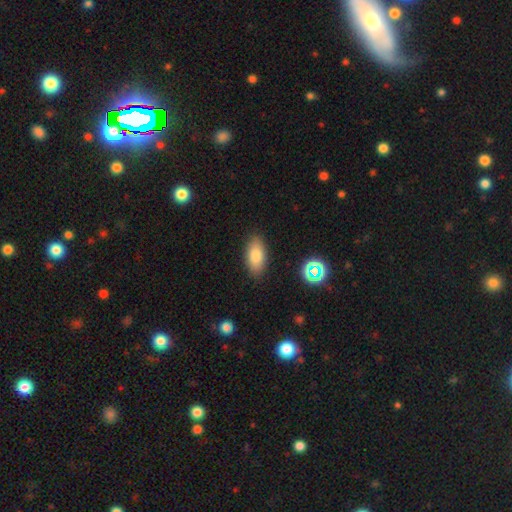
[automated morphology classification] This is likely a smooth galaxy (80%). How rounded: clearly in between (90%). Merging: clearly none (86%).